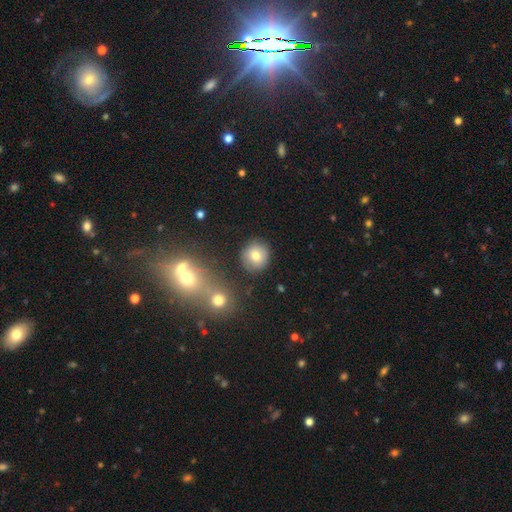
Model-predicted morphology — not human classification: smooth 77%, star or artifact 11%, featured or disk 11%. Down the decision tree: how rounded — round (91%); merging — none (86%).